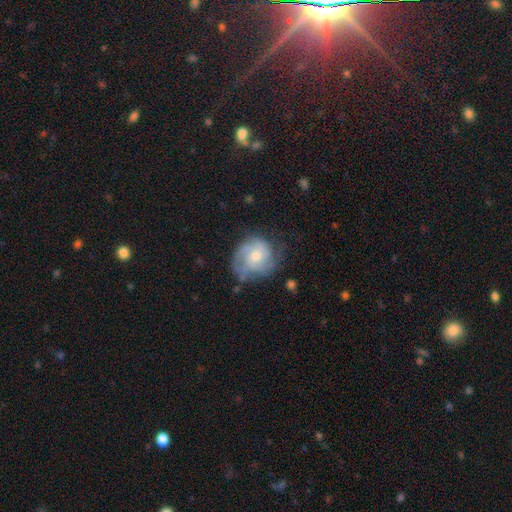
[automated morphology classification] Smooth or featured? featured or disk (63%)
Edge-on disk? no (98%)
Bar? no (75%)
Spiral arms? yes (83%)
Spiral winding? tight (46%)
Spiral arm count? can't tell (35%)
Bulge size? moderate (55%)
Merging? none (56%)